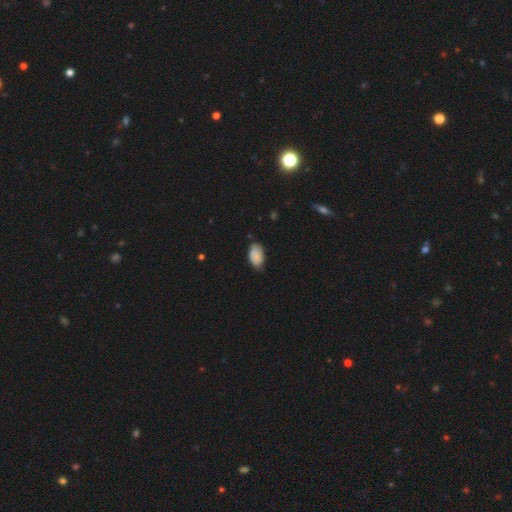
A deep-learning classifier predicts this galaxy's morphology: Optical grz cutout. It shows a smooth galaxy with no disk features (86%) that is in between round and cigar-shaped (94%). Merging: none (64%).